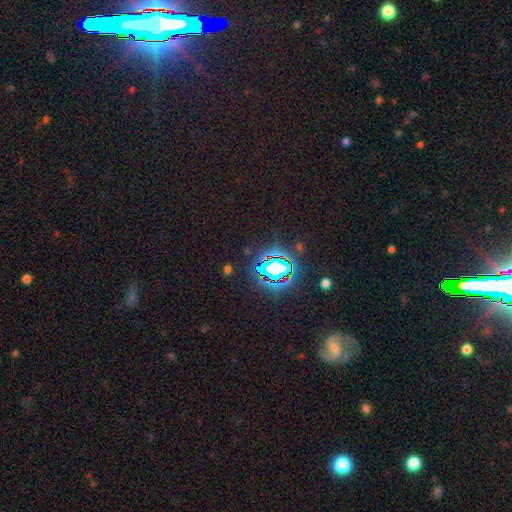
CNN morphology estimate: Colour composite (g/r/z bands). It shows a star or artifact, not a galaxy (81%).